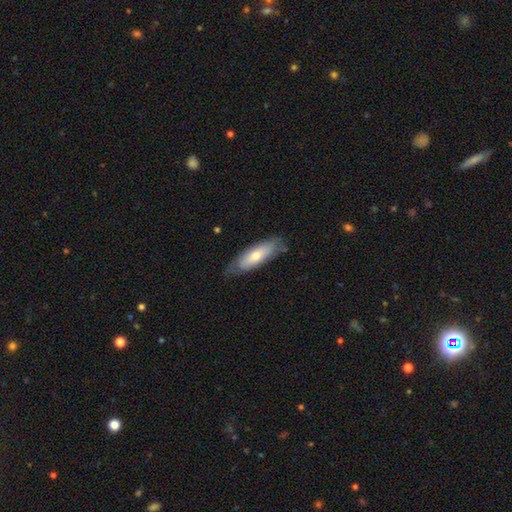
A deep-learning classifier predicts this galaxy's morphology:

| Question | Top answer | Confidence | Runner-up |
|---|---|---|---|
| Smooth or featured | smooth | 61% | featured or disk (33%) |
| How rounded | in between | 56% | cigar-shaped (42%) |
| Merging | none | 73% | minor disturbance (21%) |